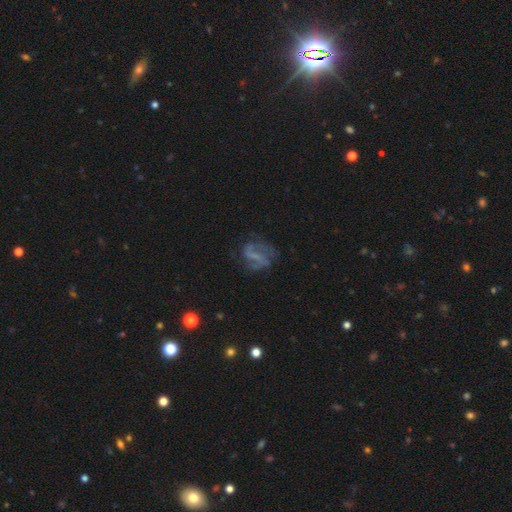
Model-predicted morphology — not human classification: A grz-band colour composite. It shows a featured or disk galaxy (69%) with a strong bar (38%, tied with weak), 2 (75%) loose (49%) spiral arms (77%) and no central bulge (60%). Merging: none (57%).